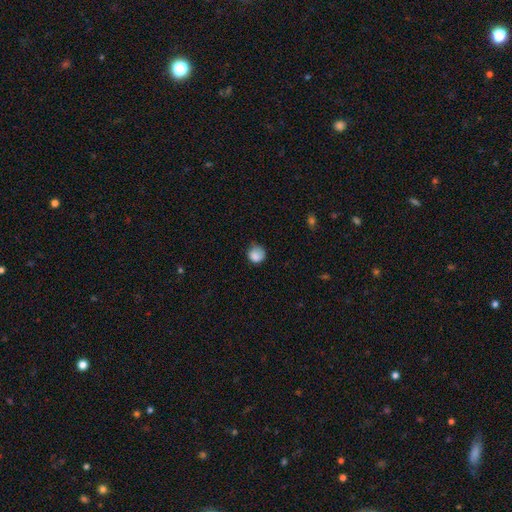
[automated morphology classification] A smooth galaxy with no disk features (84%) that is round (83%).

Vote fractions:
- Smooth or featured? smooth: 84% / star or artifact: 9% / featured or disk: 7%
- How rounded? round: 83% / in between: 17% / cigar-shaped: 1%
- Merging? none: 57% / minor disturbance: 31% / major disturbance: 10% / merger: 2%